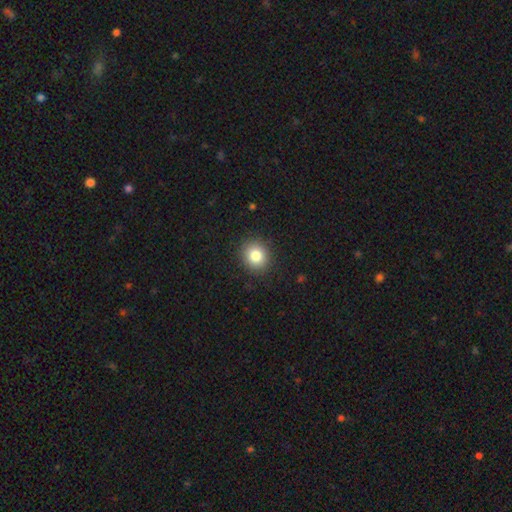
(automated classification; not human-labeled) Smooth or featured?
  - smooth: 83% *
  - star or artifact: 10%
  - featured or disk: 7%
How rounded?
  - round: 80% *
  - in between: 19%
  - cigar-shaped: 1%
Merging?
  - none: 90% *
  - minor disturbance: 7%
  - major disturbance: 2%
  - merger: 1%